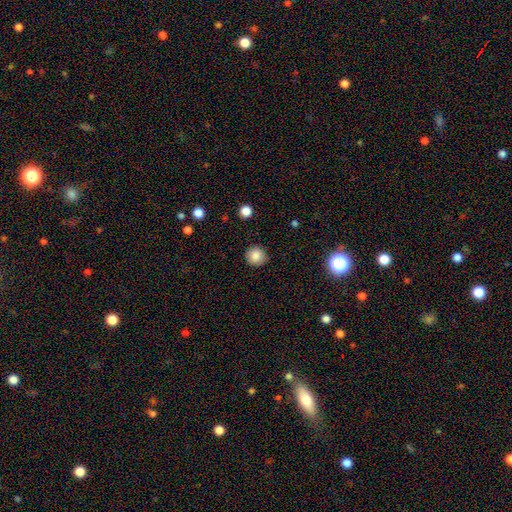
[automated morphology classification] A smooth galaxy with no disk features (85%) that is round (93%).

Vote fractions:
- Smooth or featured? smooth: 85% / star or artifact: 10% / featured or disk: 5%
- How rounded? round: 93% / in between: 6% / cigar-shaped: 1%
- Merging? none: 90% / minor disturbance: 7% / major disturbance: 2% / merger: 1%